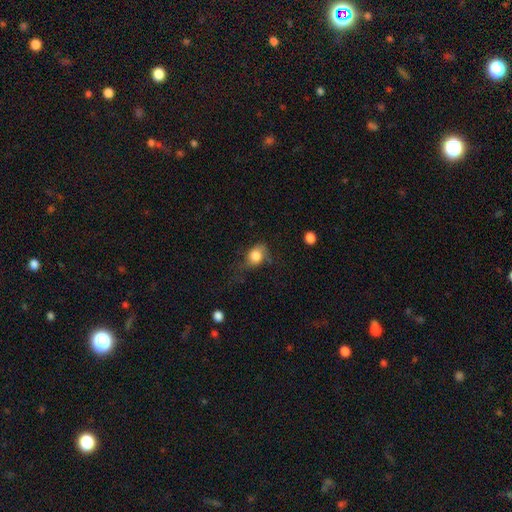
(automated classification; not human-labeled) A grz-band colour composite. It shows a smooth galaxy with no disk features (79%) that is in between round and cigar-shaped (55%). Merging: none (43%).